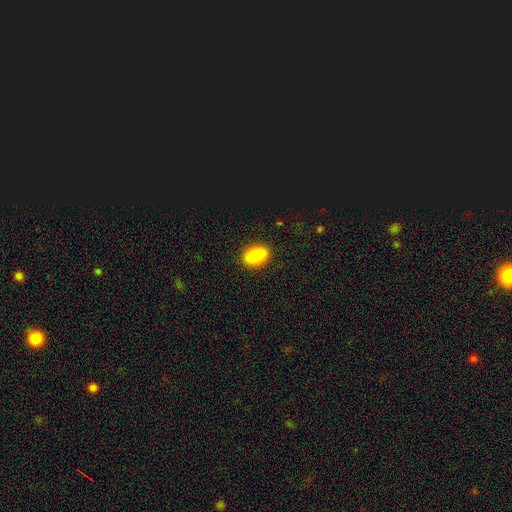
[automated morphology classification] The model was most divided on "merging": none: 88%, minor disturbance: 9%, major disturbance: 2%, merger: 1%. More confident: how rounded — in between (88%); smooth or featured — smooth (88%).